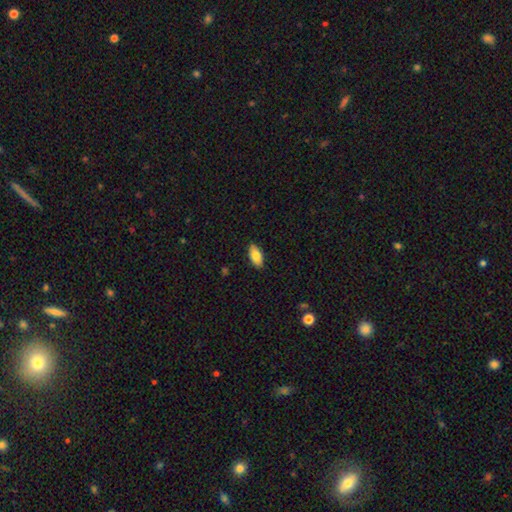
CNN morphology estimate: Smooth or featured? Predicted: smooth (p=0.82). How rounded? Predicted: in between (p=0.90). Merging? Predicted: none (p=0.89).